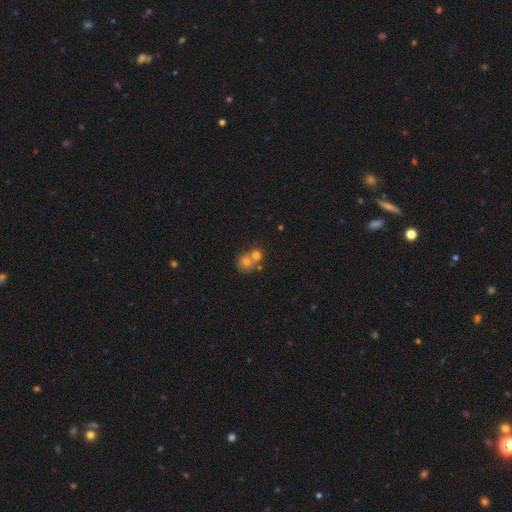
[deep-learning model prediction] smooth 68%, featured or disk 19%, star or artifact 13%. Down the decision tree: how rounded — round (79%); merging — merger (57%).